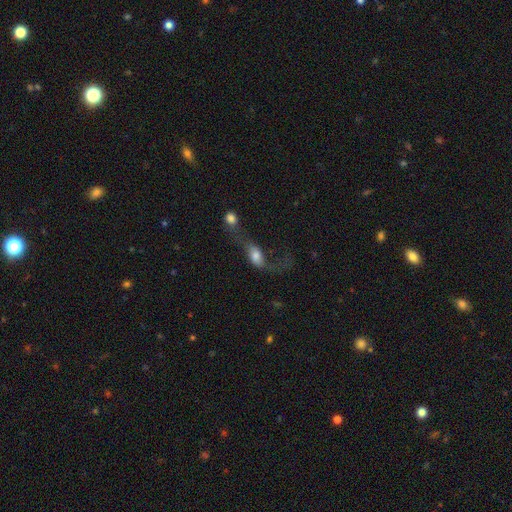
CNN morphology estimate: Overall: smooth (53%; featured or disk 37%). How rounded: in between (77%). Merging: merger (49%; major disturbance 27%).